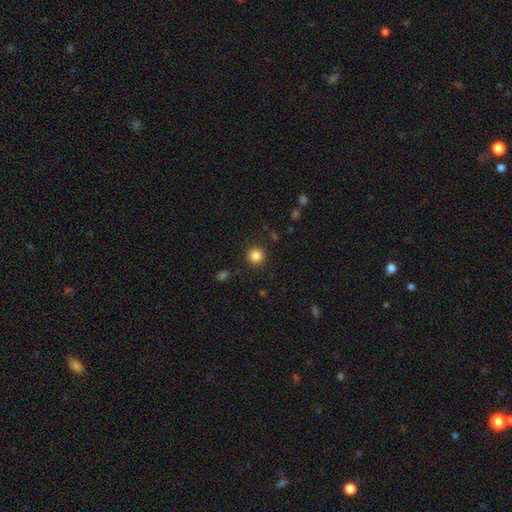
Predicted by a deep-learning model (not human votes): Smooth or featured: smooth — 85% (star or artifact — 11%)
How rounded: round — 94% (in between — 5%)
Merging: none — 90% (minor disturbance — 6%)